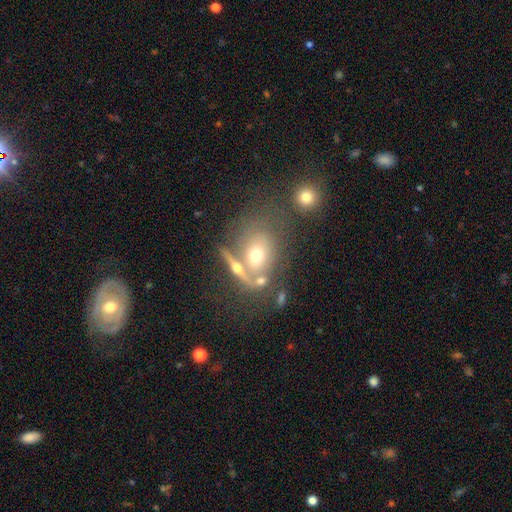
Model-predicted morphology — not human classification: Q: Smooth or featured?
A: smooth (49%); runner-up: featured or disk (38%)
Q: Merging?
A: none (44%); runner-up: merger (31%)